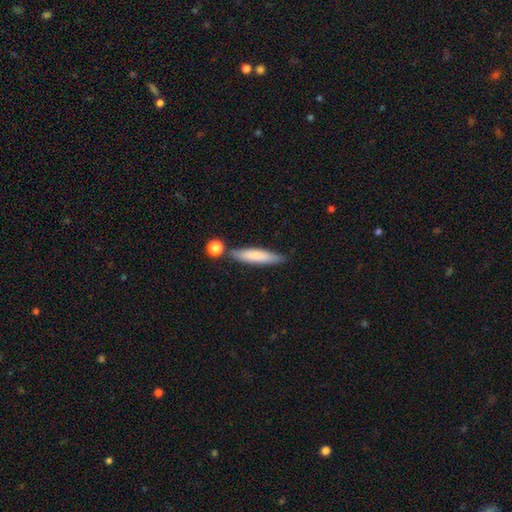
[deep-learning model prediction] The model was most divided on "smooth or featured": smooth: 75%, featured or disk: 19%, star or artifact: 6%. More confident: how rounded — cigar-shaped (83%); merging — none (73%).